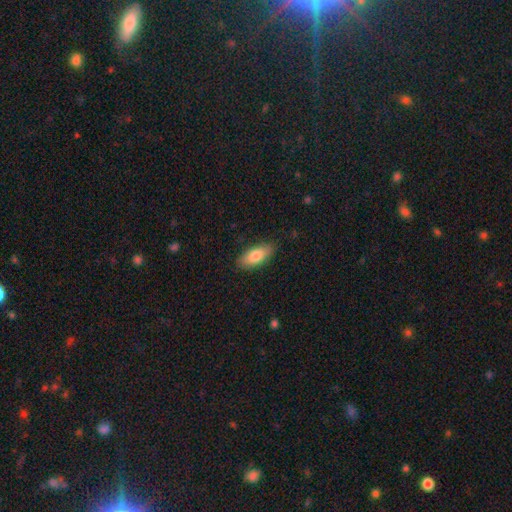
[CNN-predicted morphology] smooth 81%, featured or disk 13%, star or artifact 6%. Down the decision tree: how rounded — in between (81%); merging — none (86%).